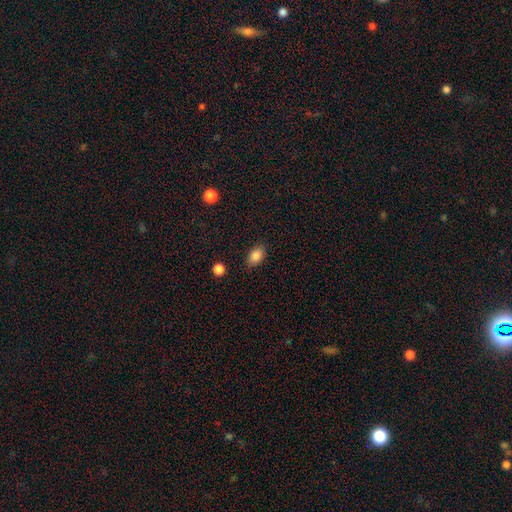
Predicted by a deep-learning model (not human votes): A smooth galaxy with no disk features (86%) that is in between round and cigar-shaped (82%).

Vote fractions:
- Smooth or featured? smooth: 86% / star or artifact: 9% / featured or disk: 5%
- How rounded? in between: 82% / round: 17% / cigar-shaped: 2%
- Merging? none: 85% / minor disturbance: 11% / major disturbance: 3% / merger: 1%